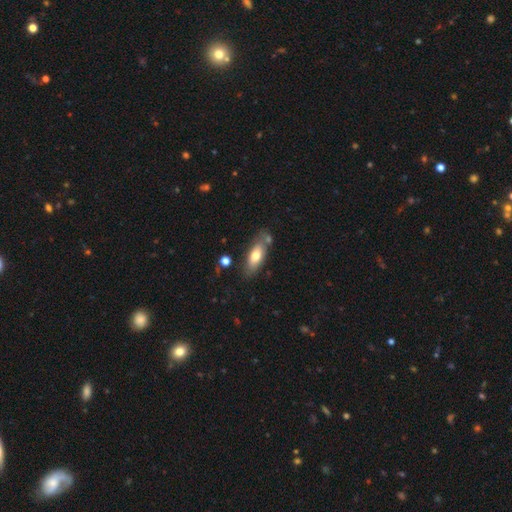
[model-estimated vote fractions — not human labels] A smooth galaxy with no disk features (70%) that is in between round and cigar-shaped (76%).

Vote fractions:
- Smooth or featured? smooth: 70% / featured or disk: 24% / star or artifact: 6%
- How rounded? in between: 76% / cigar-shaped: 21% / round: 3%
- Merging? none: 68% / minor disturbance: 17% / merger: 11% / major disturbance: 4%